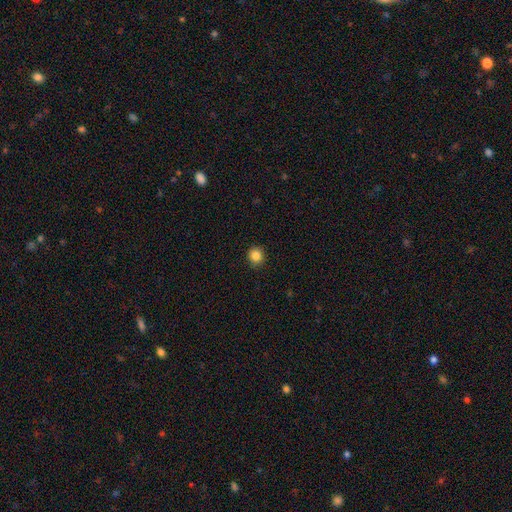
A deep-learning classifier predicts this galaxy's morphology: Smooth or featured? smooth (85%)
How rounded? round (92%)
Merging? none (91%)